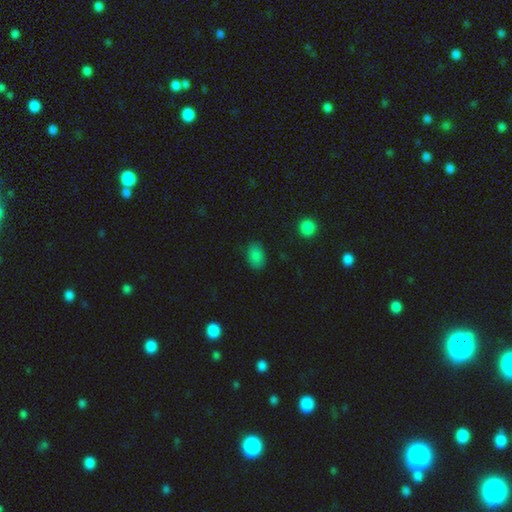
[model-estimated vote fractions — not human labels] smooth 84%, star or artifact 11%, featured or disk 5%. Down the decision tree: how rounded — in between (83%); merging — none (84%).